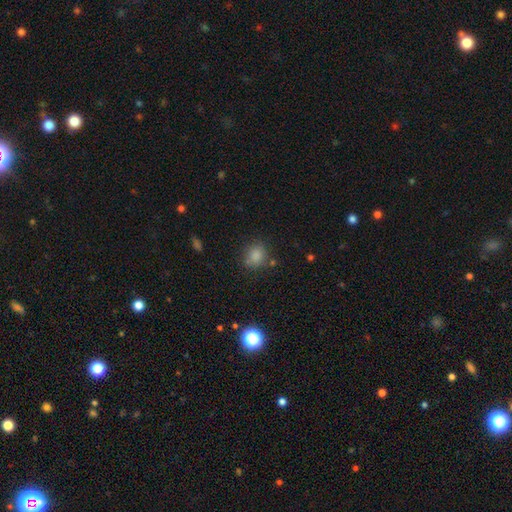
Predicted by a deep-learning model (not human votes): Q: Smooth or featured?
A: smooth (82%); runner-up: star or artifact (12%)
Q: How rounded?
A: round (65%); runner-up: in between (34%)
Q: Merging?
A: none (72%); runner-up: minor disturbance (17%)